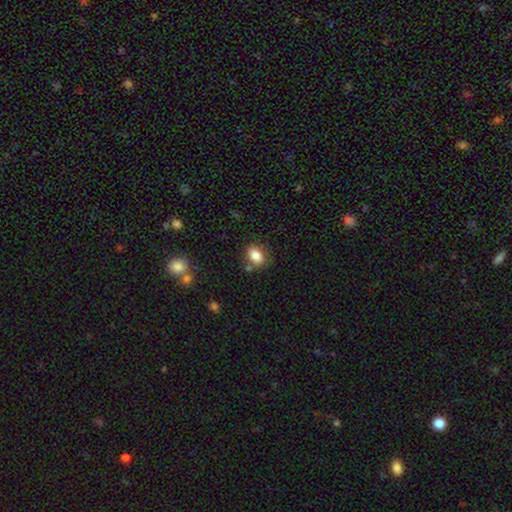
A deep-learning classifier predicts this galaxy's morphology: smooth-or-featured: smooth: 83% | star or artifact: 9% | featured or disk: 8%
  how-rounded: in between: 69% | round: 30% | cigar-shaped: 1%
  merging: none: 71% | minor disturbance: 17% | merger: 8% | major disturbance: 4%